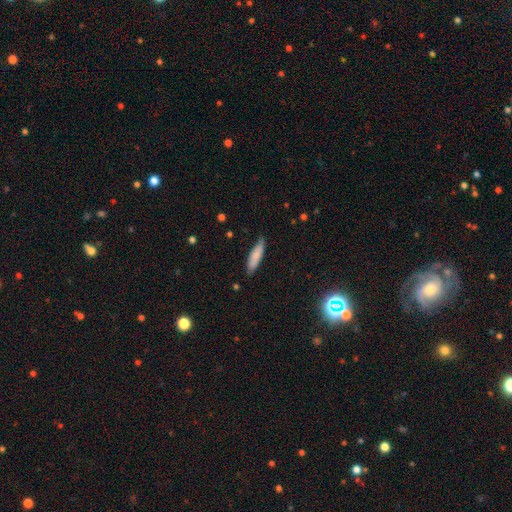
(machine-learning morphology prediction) smooth_or_featured: smooth (p=0.79) [alt: featured or disk p=0.15]
how_rounded: cigar-shaped (p=0.68) [alt: in between p=0.30]
merging: none (p=0.76) [alt: minor disturbance p=0.20]